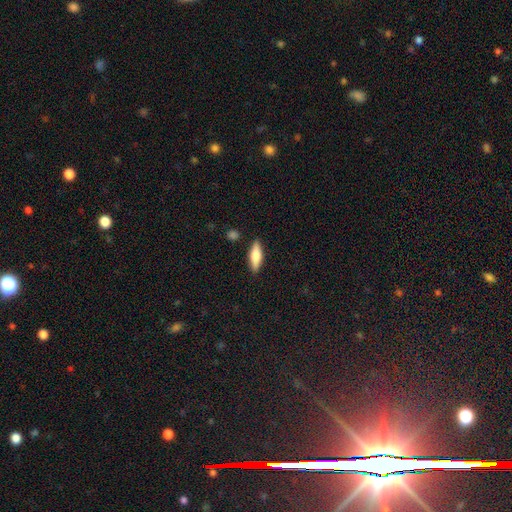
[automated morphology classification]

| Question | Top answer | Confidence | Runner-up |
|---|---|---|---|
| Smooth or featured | smooth | 69% | featured or disk (25%) |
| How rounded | in between | 50% | cigar-shaped (48%) |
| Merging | none | 87% | minor disturbance (9%) |